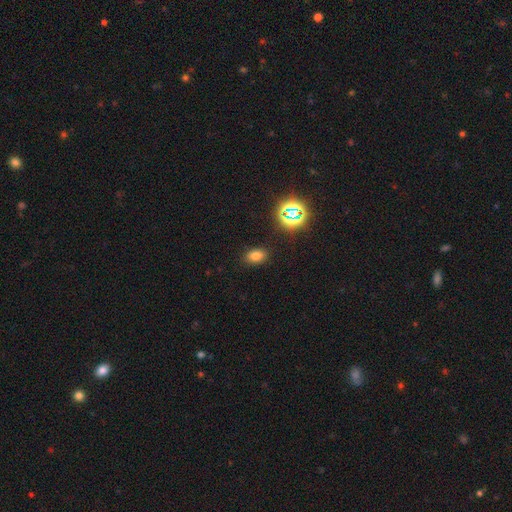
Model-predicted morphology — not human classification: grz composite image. It shows a smooth galaxy with no disk features (73%) that is in between round and cigar-shaped (78%). Merging: none (87%).